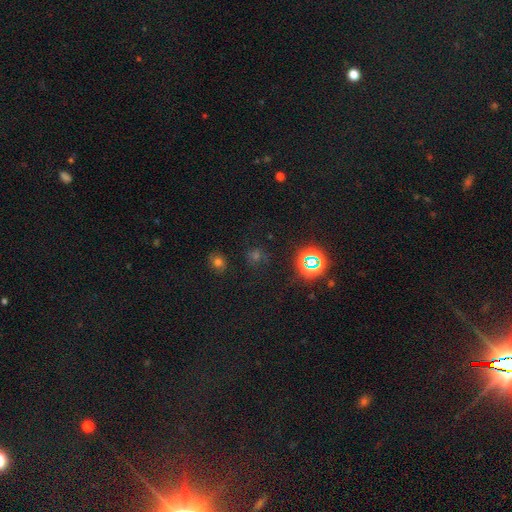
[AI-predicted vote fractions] smooth_or_featured: star or artifact (p=0.51) [alt: smooth p=0.41]